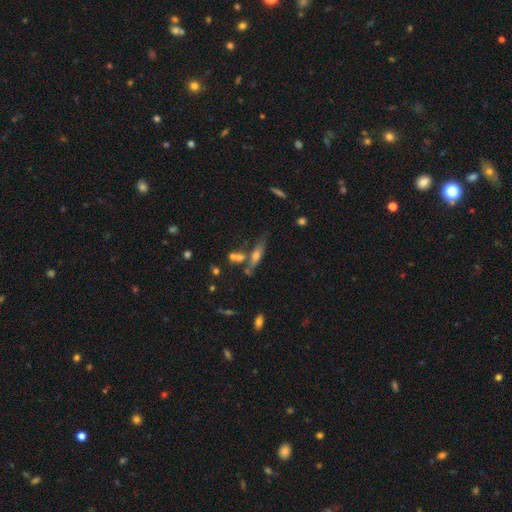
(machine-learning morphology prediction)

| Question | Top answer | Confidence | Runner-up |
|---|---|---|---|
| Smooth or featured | featured or disk | 44% | tied: smooth (44%) |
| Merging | none | 49% | merger (25%) |